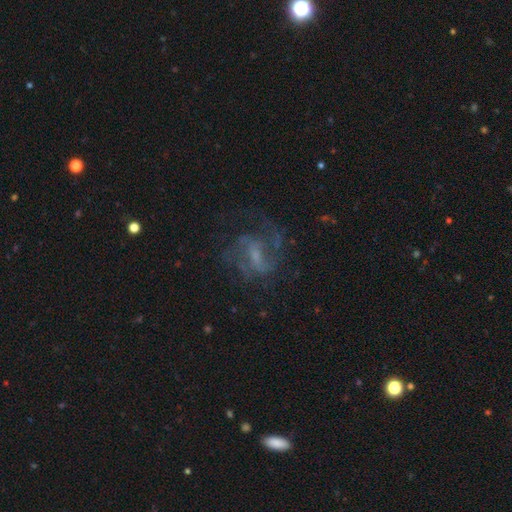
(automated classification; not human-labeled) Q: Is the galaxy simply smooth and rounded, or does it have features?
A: featured or disk — 78%.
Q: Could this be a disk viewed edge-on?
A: no — 97%.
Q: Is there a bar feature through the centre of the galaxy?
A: weak — 54%.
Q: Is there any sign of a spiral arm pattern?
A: yes — 89%.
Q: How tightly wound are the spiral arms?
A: medium — 51%.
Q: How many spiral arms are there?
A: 2 — 47%.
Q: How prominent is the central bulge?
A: small — 44%.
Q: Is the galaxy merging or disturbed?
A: none — 61%.